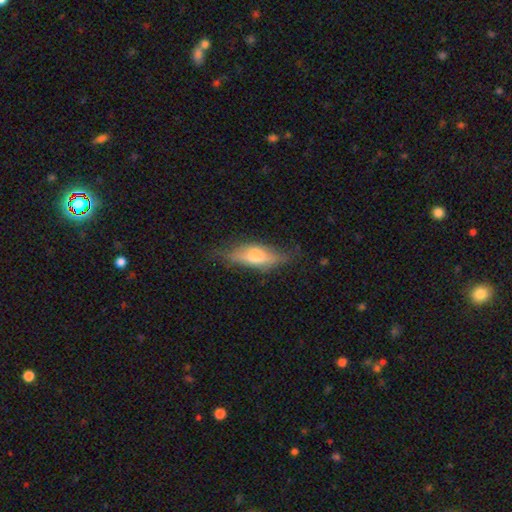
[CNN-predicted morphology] Overall: smooth (51%; featured or disk 42%). How rounded: in between (59%; cigar-shaped 38%). Merging: none (61%; minor disturbance 27%).